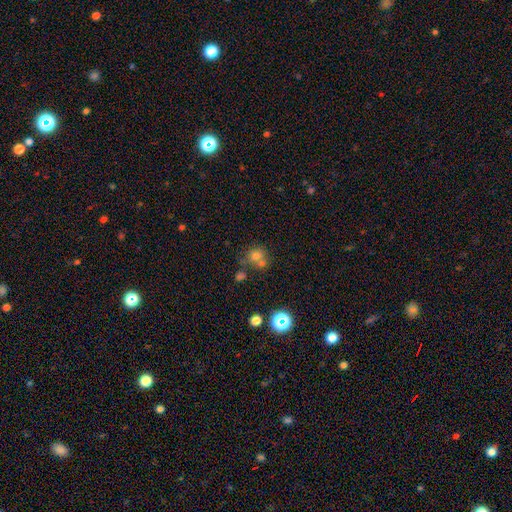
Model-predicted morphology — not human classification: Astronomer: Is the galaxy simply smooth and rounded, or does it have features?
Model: smooth — 65%.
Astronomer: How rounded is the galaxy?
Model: round — 82%.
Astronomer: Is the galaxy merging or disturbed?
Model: none — 49% (runner-up: merger, 36%).